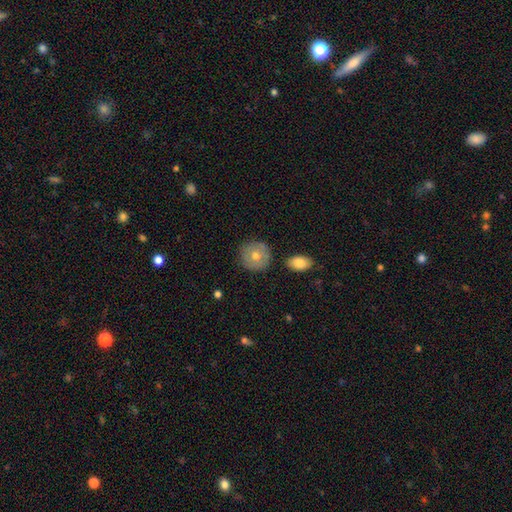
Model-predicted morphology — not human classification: Smooth or featured? Predicted: smooth (p=0.63). How rounded? Predicted: round (p=0.91). Merging? Predicted: none (p=0.85).